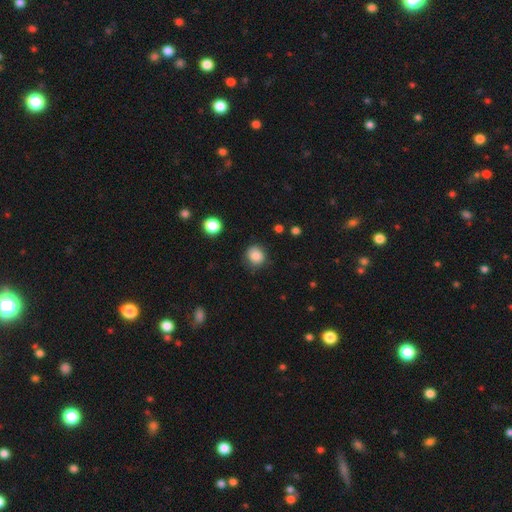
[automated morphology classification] Smooth or featured: smooth — 85% (star or artifact — 10%)
How rounded: round — 83% (in between — 16%)
Merging: none — 78% (minor disturbance — 16%)